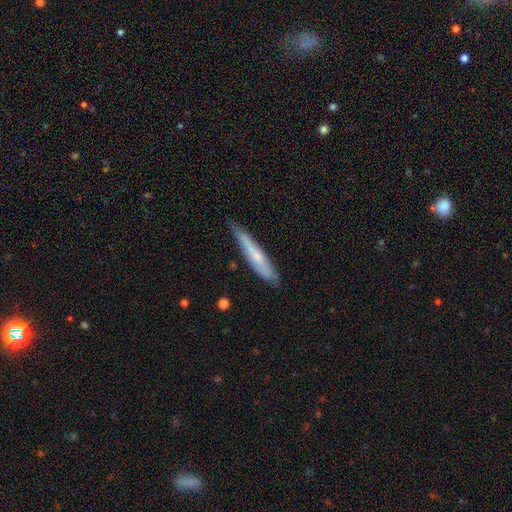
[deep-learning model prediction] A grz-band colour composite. It shows a smooth galaxy with no disk features (56%) that is cigar-shaped (92%). Merging: none (75%).